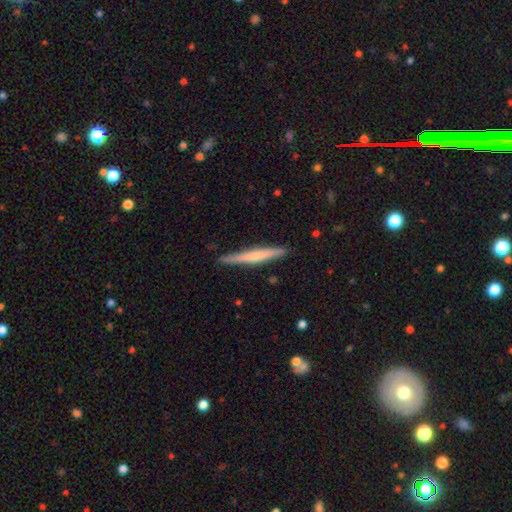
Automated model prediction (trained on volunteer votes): The model was most divided on "smooth or featured": smooth: 48%, featured or disk: 47%, star or artifact: 5%. More confident: merging — none (89%).